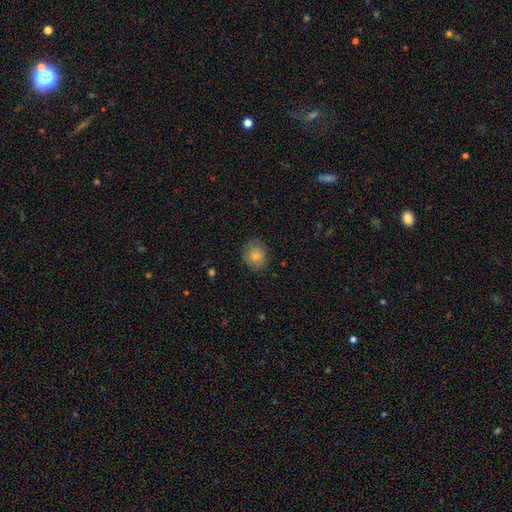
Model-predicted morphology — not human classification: This appears to be a smooth galaxy with no disk features (82%) that is round (71%). Merging: none (79%).